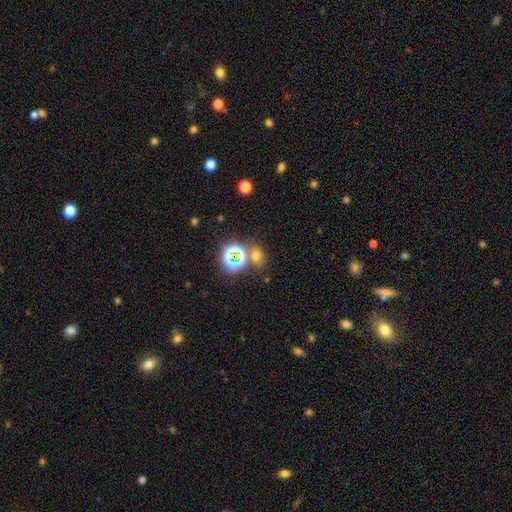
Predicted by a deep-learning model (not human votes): Smooth or featured? smooth (57%)
How rounded? in between (52%)
Merging? none (69%)